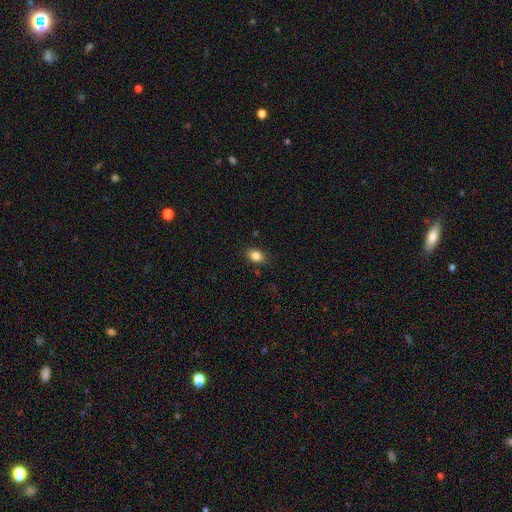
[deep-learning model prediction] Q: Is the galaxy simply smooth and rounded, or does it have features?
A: smooth — 84%.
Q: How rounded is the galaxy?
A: in between — 65%.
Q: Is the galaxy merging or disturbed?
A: none — 83%.